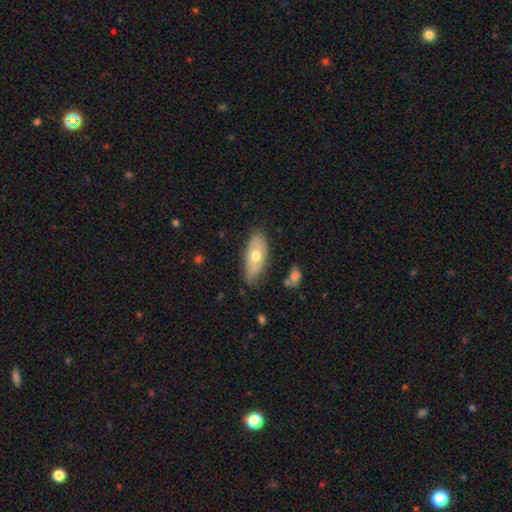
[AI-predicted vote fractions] A smooth galaxy with no disk features (60%) that is in between round and cigar-shaped (84%). Merging: none (78%).